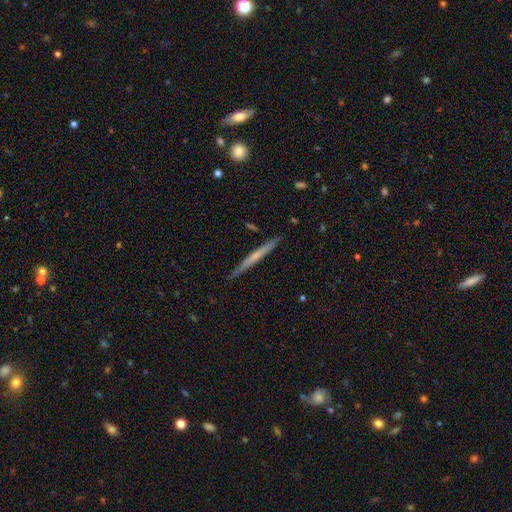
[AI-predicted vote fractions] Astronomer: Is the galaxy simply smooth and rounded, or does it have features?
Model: featured or disk — 53% (runner-up: smooth, 41%).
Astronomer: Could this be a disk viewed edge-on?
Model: yes — 97%.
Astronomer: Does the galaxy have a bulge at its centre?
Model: none — 72%.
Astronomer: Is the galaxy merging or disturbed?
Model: none — 89%.